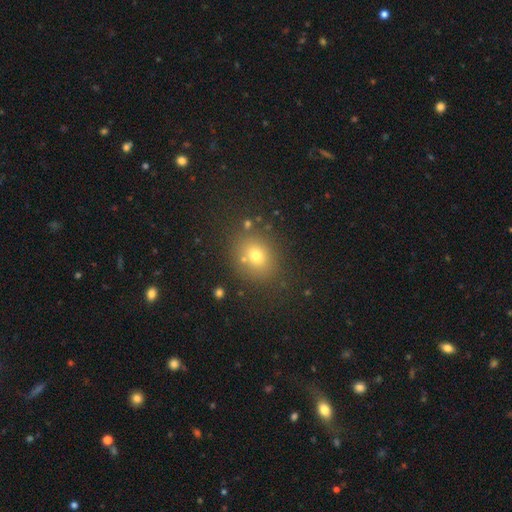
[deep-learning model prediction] A smooth galaxy with no disk features (70%) that is round (58%). Merging: none (77%).